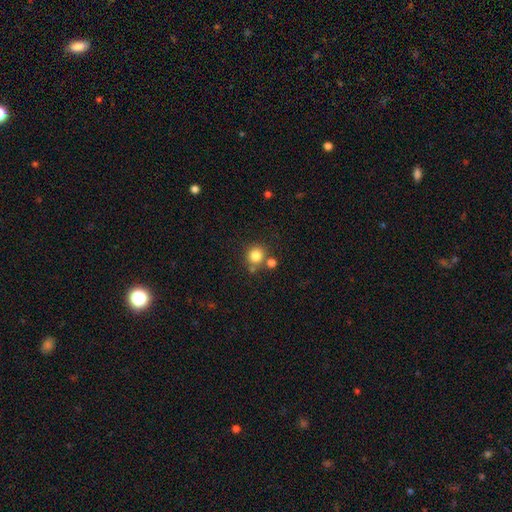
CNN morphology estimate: Smooth or featured?
  - smooth: 81% *
  - star or artifact: 12%
  - featured or disk: 7%
How rounded?
  - round: 91% *
  - in between: 8%
  - cigar-shaped: 1%
Merging?
  - none: 73% *
  - merger: 14%
  - minor disturbance: 9%
  - major disturbance: 3%